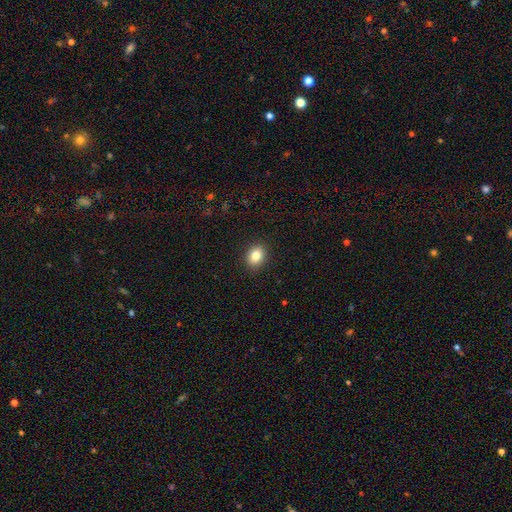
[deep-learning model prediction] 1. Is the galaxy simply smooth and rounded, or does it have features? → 84% smooth, 10% star or artifact, 7% featured or disk.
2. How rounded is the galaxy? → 58% in between, 41% round, 1% cigar-shaped.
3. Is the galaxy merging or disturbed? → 91% none, 7% minor disturbance, 2% major disturbance, 1% merger.